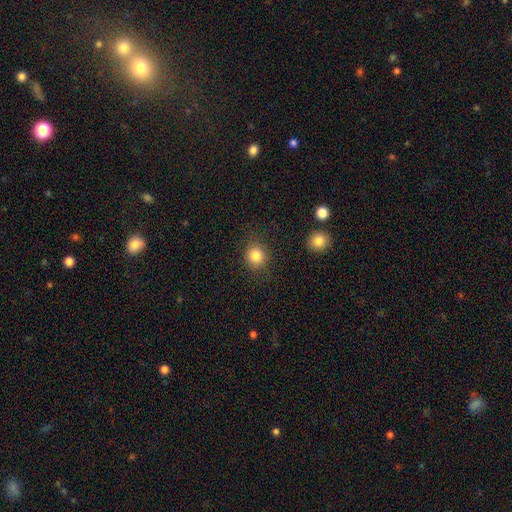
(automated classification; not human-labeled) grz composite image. It shows a smooth galaxy with no disk features (83%) that is round (83%). Merging: none (84%).